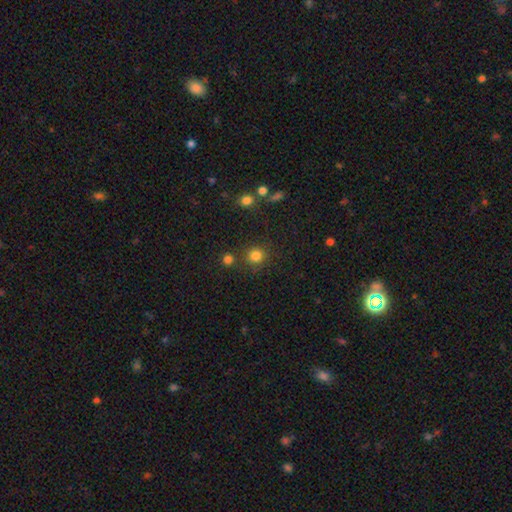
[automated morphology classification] Overall: smooth (82%). How rounded: round (91%). Merging: none (80%).